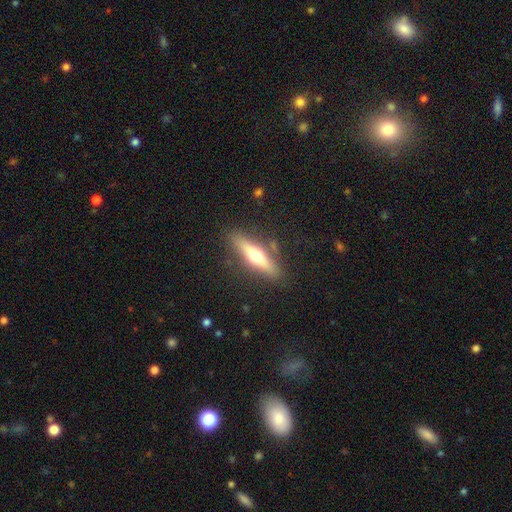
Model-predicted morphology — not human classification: Q: Smooth or featured?
A: featured or disk (53%); runner-up: smooth (40%)
Q: Edge-on disk?
A: yes (91%); runner-up: no (9%)
Q: Merging?
A: none (84%); runner-up: minor disturbance (11%)